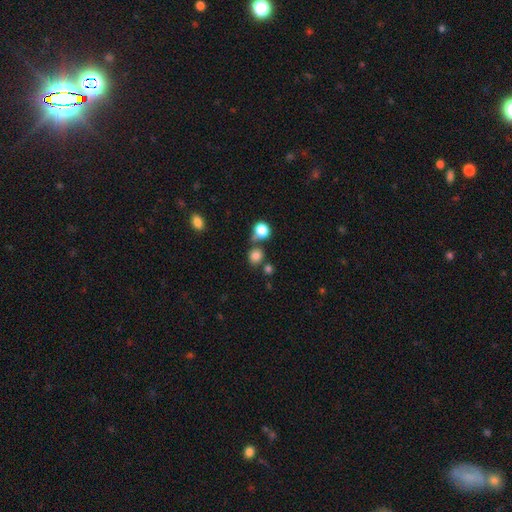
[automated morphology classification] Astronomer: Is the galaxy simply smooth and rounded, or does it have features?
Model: smooth — 80%.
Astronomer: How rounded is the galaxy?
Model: round — 79%.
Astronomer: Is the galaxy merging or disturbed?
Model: none — 67%.